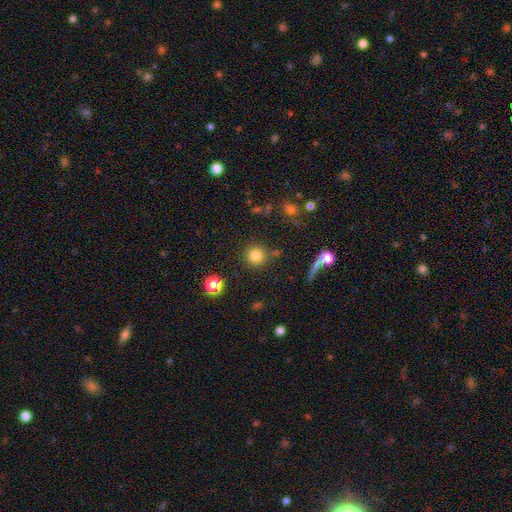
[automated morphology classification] smooth 80%, star or artifact 12%, featured or disk 7%. Down the decision tree: how rounded — round (95%); merging — none (84%).